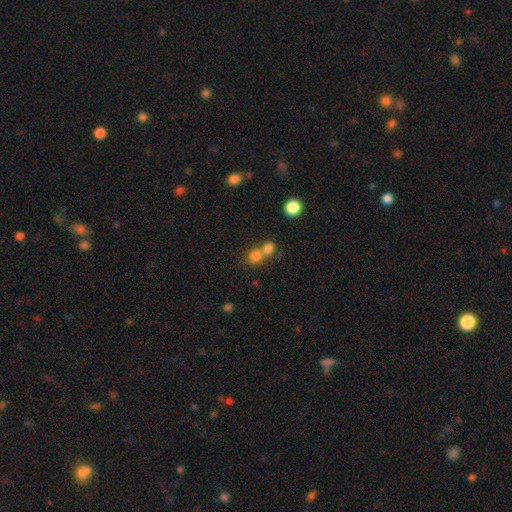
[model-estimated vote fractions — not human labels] A smooth galaxy with no disk features (77%) that is round (82%).

Vote fractions:
- Smooth or featured? smooth: 77% / star or artifact: 14% / featured or disk: 9%
- How rounded? round: 82% / in between: 17% / cigar-shaped: 1%
- Merging? merger: 51% / none: 41% / minor disturbance: 5% / major disturbance: 3%